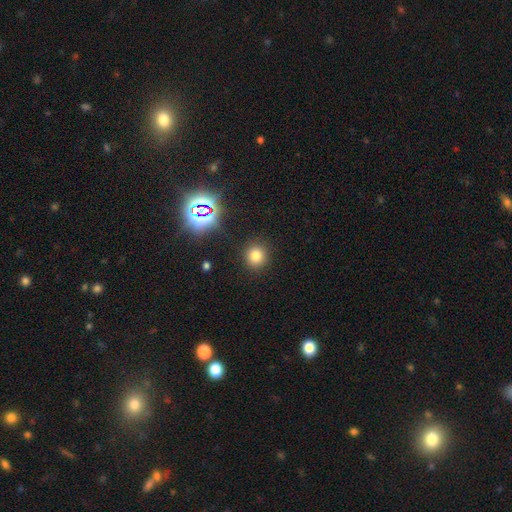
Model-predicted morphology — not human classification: The model was most divided on "smooth or featured": smooth: 76%, star or artifact: 18%, featured or disk: 6%. More confident: merging — none (90%); how rounded — round (90%).